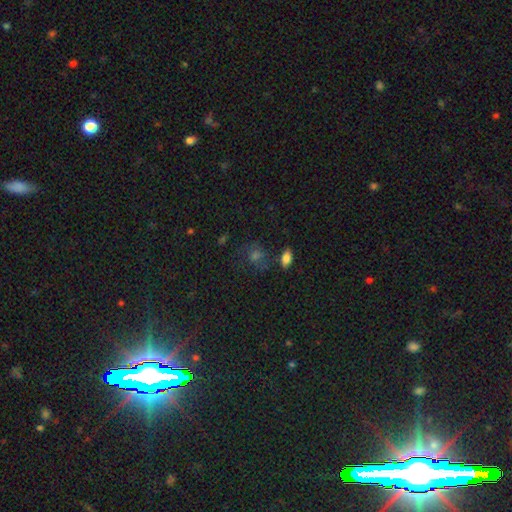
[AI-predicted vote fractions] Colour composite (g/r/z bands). It shows a smooth galaxy with no disk features (43%). Merging: none (64%).